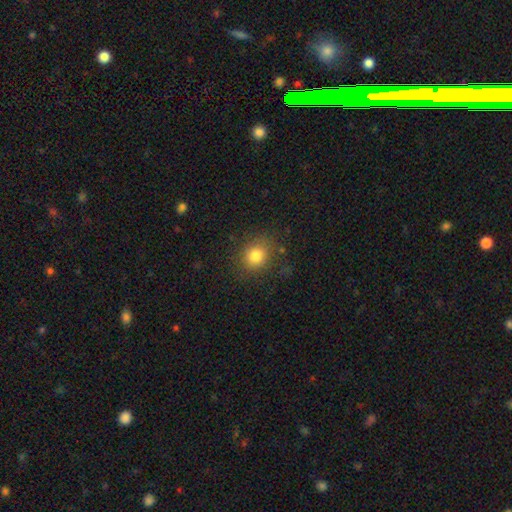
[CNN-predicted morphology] Overall: smooth (80%). How rounded: round (71%). Merging: none (79%).